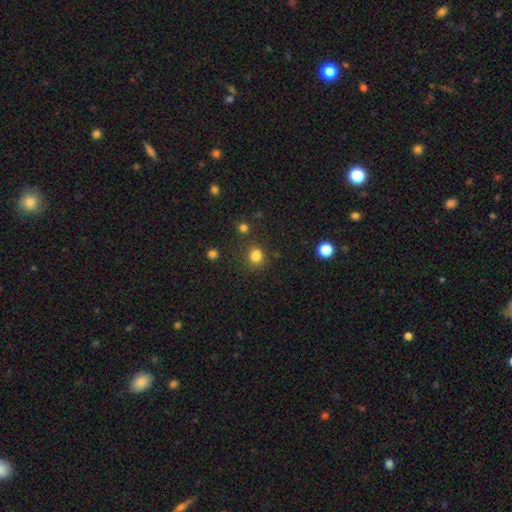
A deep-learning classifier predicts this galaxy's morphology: A smooth galaxy with no disk features (81%) that is round (67%). Merging: none (75%).